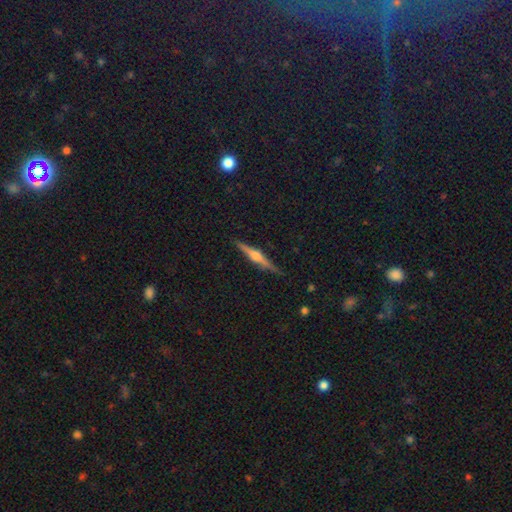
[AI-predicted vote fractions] Q: Smooth or featured?
A: featured or disk (76%); runner-up: smooth (17%)
Q: Edge-on disk?
A: yes (98%); runner-up: no (2%)
Q: Edge-on bulge?
A: rounded (88%); runner-up: boxy (8%)
Q: Merging?
A: none (89%); runner-up: minor disturbance (8%)